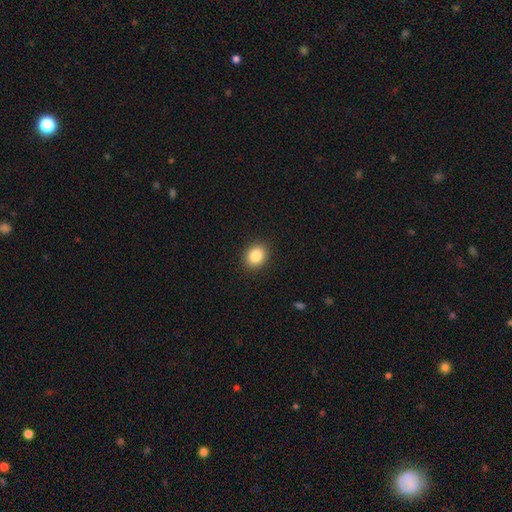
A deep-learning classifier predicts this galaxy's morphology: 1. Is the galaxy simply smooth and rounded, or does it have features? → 85% smooth, 9% star or artifact, 6% featured or disk.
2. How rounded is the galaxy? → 61% round, 38% in between, 1% cigar-shaped.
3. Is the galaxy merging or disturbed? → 91% none, 6% minor disturbance, 2% major disturbance, 1% merger.